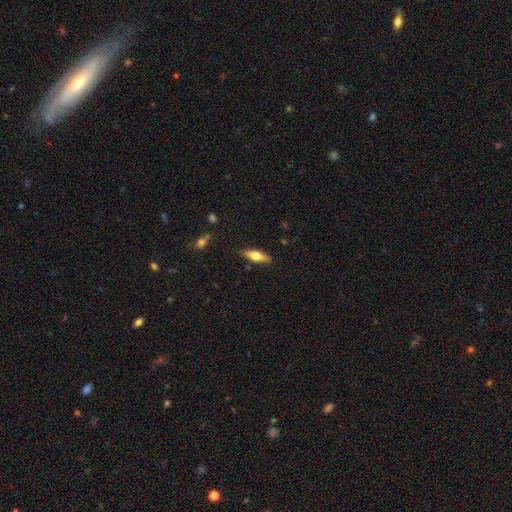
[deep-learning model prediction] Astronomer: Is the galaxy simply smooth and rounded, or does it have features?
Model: smooth — 54% (runner-up: featured or disk, 40%).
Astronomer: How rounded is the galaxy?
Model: cigar-shaped — 54% (runner-up: in between, 43%).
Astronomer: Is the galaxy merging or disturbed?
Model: none — 87%.